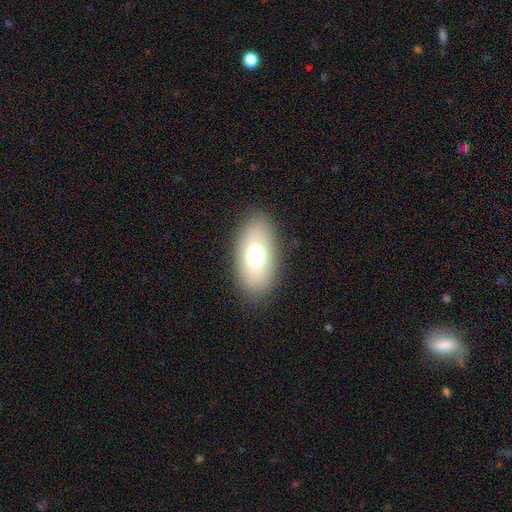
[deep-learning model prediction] This appears to be a smooth galaxy with no disk features (65%) that is in between round and cigar-shaped (86%). Merging: none (86%).